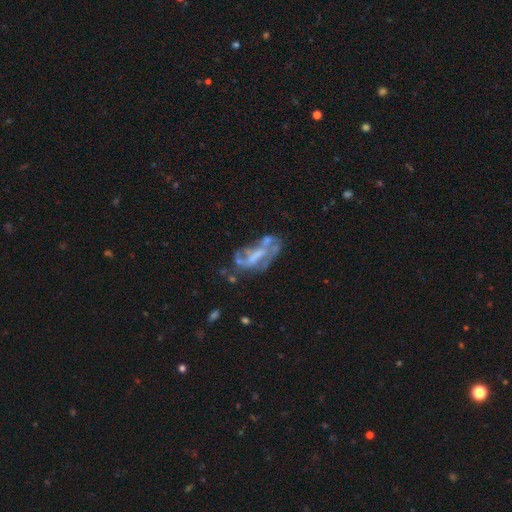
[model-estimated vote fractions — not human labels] This appears to be a featured or disk galaxy (69%) with no bar (50%), no spiral arms (60%) and no central bulge (48%). Merging: none (36%).